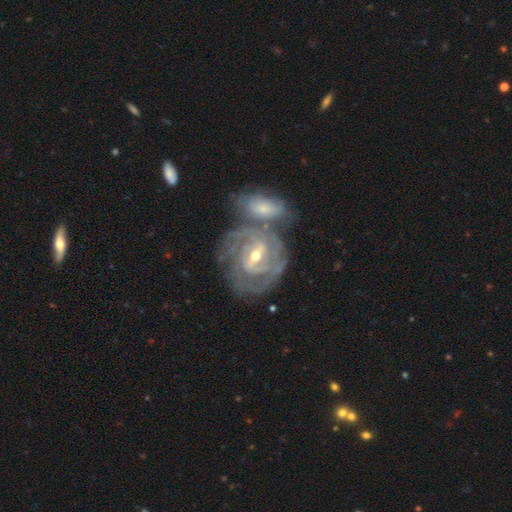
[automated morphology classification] Smooth or featured? Predicted: featured or disk (p=0.89). Edge-on disk? Predicted: no (p=0.97). Bar? Predicted: weak (p=0.50). Spiral arms? Predicted: yes (p=0.96). Spiral winding? Predicted: tight (p=0.69). Spiral arm count? Predicted: can't tell (p=0.28). Bulge size? Predicted: small (p=0.52). Merging? Predicted: none (p=0.49).